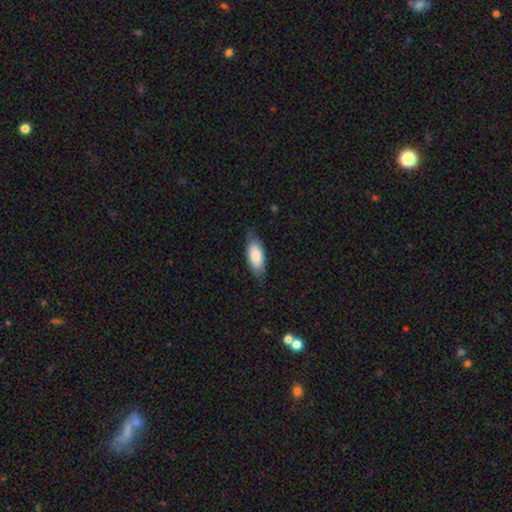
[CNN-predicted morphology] smooth 79%, featured or disk 15%, star or artifact 6%. Down the decision tree: how rounded — in between (83%); merging — none (75%).